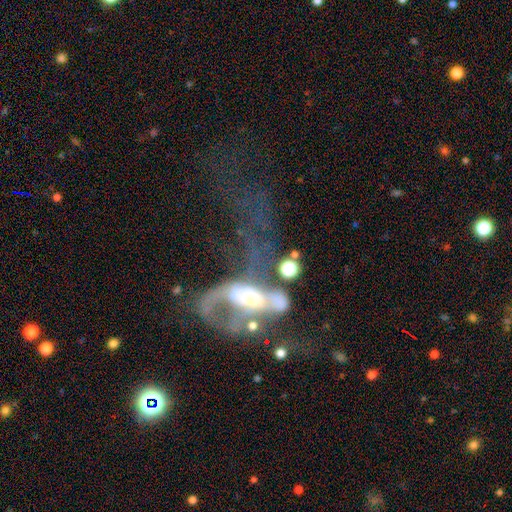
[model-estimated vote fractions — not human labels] Smooth or featured? Predicted: featured or disk (p=0.74). Edge-on disk? Predicted: no (p=0.92). Bar? Predicted: no (p=0.51). Spiral arms? Predicted: yes (p=0.69). Bulge size? Predicted: moderate (p=0.44). Merging? Predicted: major disturbance (p=0.46).